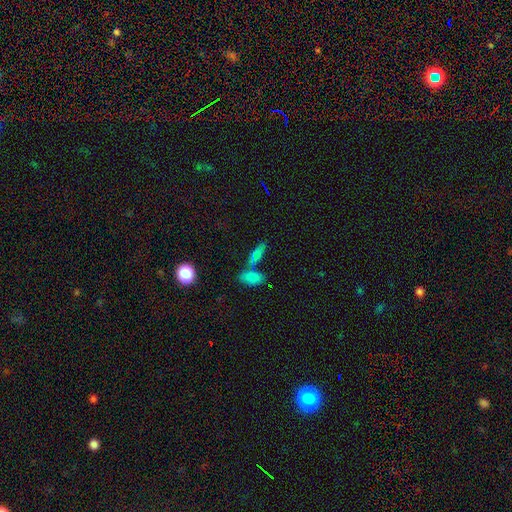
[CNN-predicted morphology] Overall: smooth (64%). How rounded: in between (56%; cigar-shaped 35%). Merging: none (52%; merger 35%).